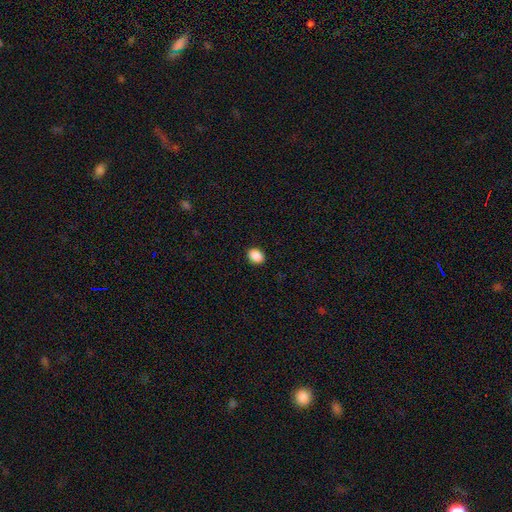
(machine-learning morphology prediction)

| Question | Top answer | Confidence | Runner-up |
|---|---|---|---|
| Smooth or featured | smooth | 90% | star or artifact (8%) |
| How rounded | in between | 63% | round (36%) |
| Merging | none | 90% | minor disturbance (7%) |